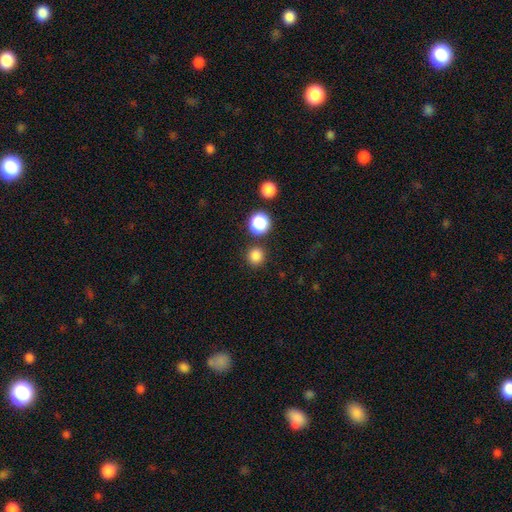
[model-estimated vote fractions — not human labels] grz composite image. It shows a smooth galaxy with no disk features (83%) that is round (92%). Merging: none (84%).